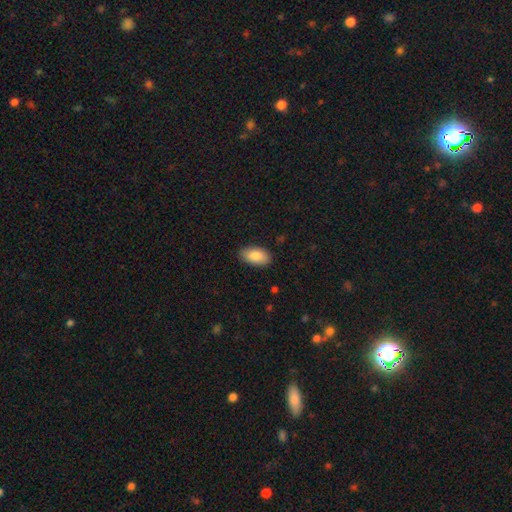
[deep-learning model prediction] smooth_or_featured: smooth (p=0.86) [alt: featured or disk p=0.08]
how_rounded: in between (p=0.94) [alt: round p=0.03]
merging: none (p=0.87) [alt: minor disturbance p=0.10]